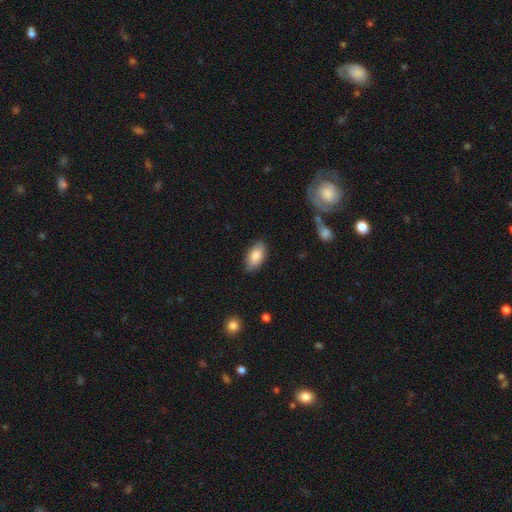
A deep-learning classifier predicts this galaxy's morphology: A smooth galaxy with no disk features (85%) that is in between round and cigar-shaped (92%). Merging: none (83%).